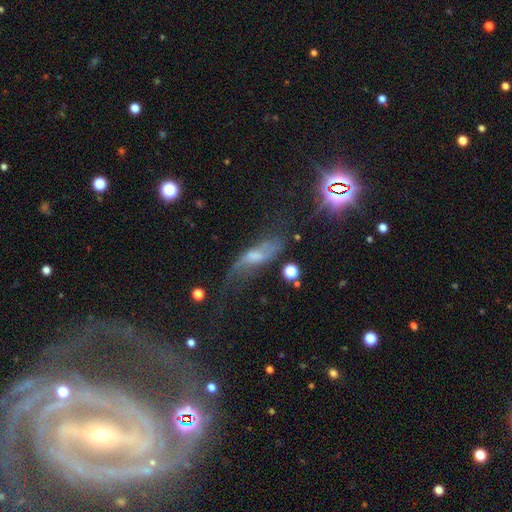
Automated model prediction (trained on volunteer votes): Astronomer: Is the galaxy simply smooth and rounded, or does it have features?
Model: featured or disk — 51% (runner-up: smooth, 33%).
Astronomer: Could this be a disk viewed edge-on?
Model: no — 67%.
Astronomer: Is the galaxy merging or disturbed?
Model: none — 40% (runner-up: major disturbance, 30%).